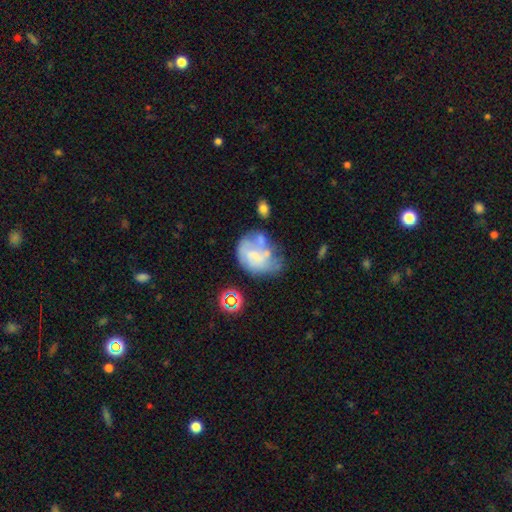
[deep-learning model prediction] smooth_or_featured: featured or disk (p=0.50) [alt: smooth p=0.38]
disk_edge_on: no (p=0.98) [alt: yes p=0.02]
merging: none (p=0.34) [alt: minor disturbance p=0.26]